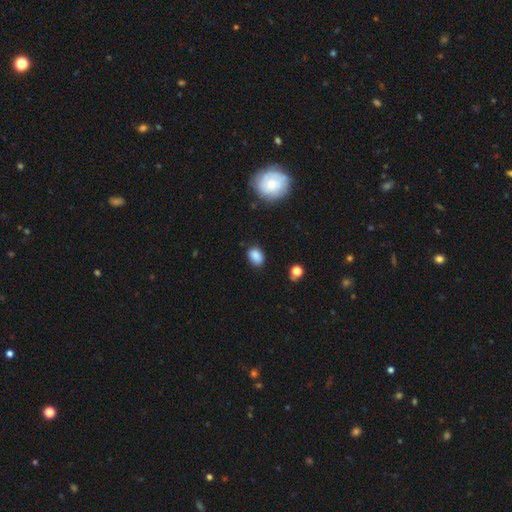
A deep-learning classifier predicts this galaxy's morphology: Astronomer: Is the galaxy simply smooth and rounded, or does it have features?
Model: smooth — 85%.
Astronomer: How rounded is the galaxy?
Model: in between — 77%.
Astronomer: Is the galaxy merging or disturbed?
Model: none — 79%.